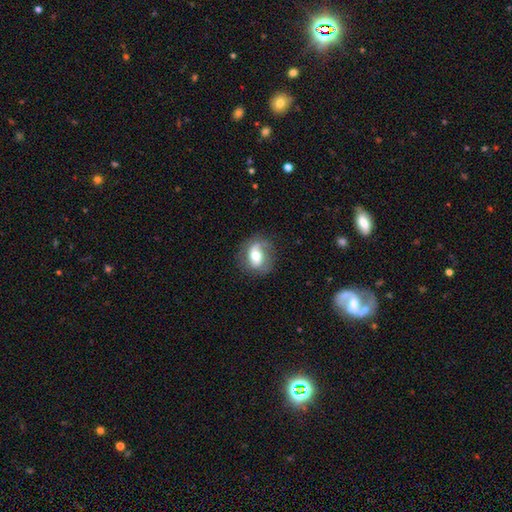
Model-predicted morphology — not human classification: This appears to be a featured or disk galaxy (56%) with no bar (41%), spiral arms (75%) and a moderate central bulge (68%). Merging: none (70%).